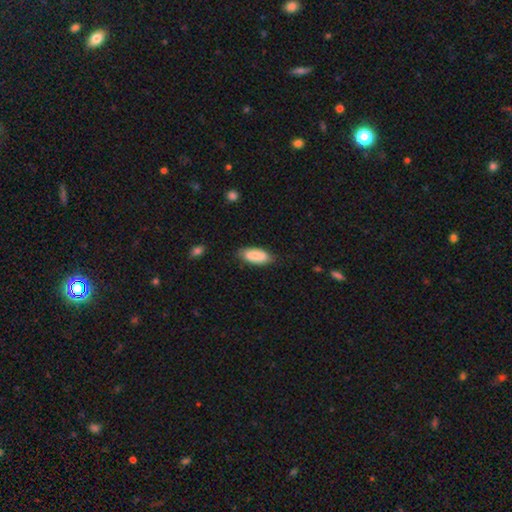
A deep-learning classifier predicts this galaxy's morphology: Smooth or featured: smooth — 82% (featured or disk — 11%)
How rounded: in between — 88% (cigar-shaped — 10%)
Merging: none — 76% (minor disturbance — 19%)